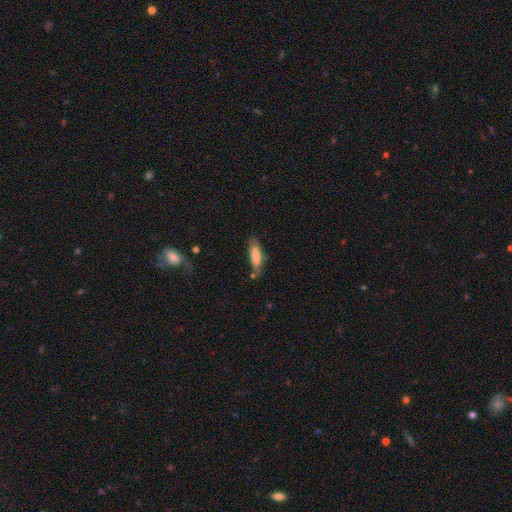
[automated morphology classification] Q: Smooth or featured?
A: smooth (78%); runner-up: featured or disk (16%)
Q: How rounded?
A: cigar-shaped (53%); runner-up: in between (46%)
Q: Merging?
A: none (64%); runner-up: minor disturbance (24%)